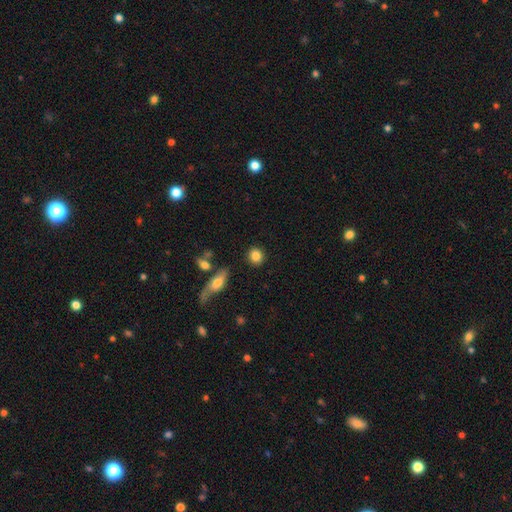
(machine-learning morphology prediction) Smooth or featured?
  - smooth: 85% *
  - star or artifact: 8%
  - featured or disk: 7%
How rounded?
  - round: 80% *
  - in between: 18%
  - cigar-shaped: 2%
Merging?
  - none: 87% *
  - minor disturbance: 7%
  - merger: 3%
  - major disturbance: 3%